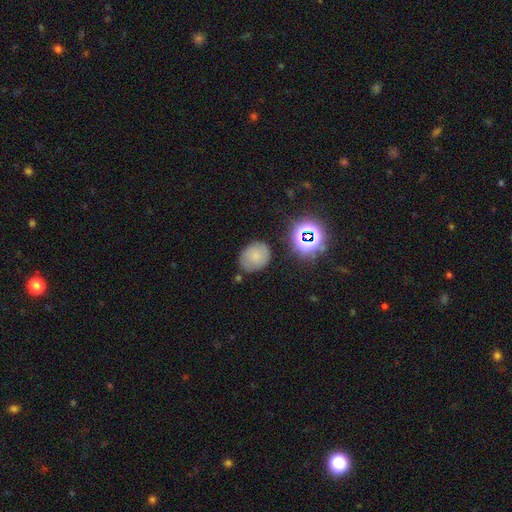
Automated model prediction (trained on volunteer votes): Smooth or featured?
  - smooth: 65% *
  - star or artifact: 18%
  - featured or disk: 17%
How rounded?
  - round: 54% *
  - in between: 45%
  - cigar-shaped: 1%
Merging?
  - none: 73% *
  - minor disturbance: 18%
  - major disturbance: 5%
  - merger: 4%